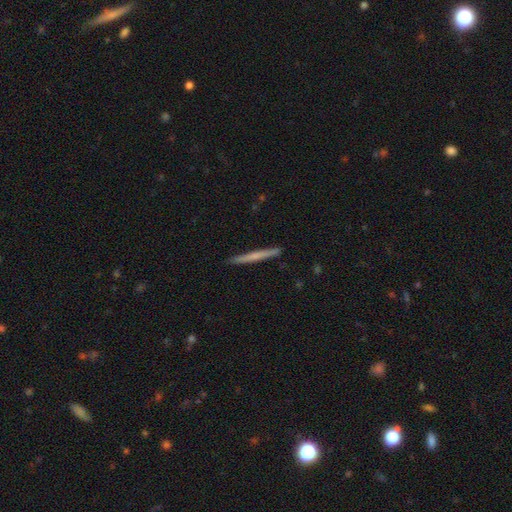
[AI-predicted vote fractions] Smooth or featured: smooth — 48% (featured or disk — 46%)
Merging: none — 92% (minor disturbance — 6%)